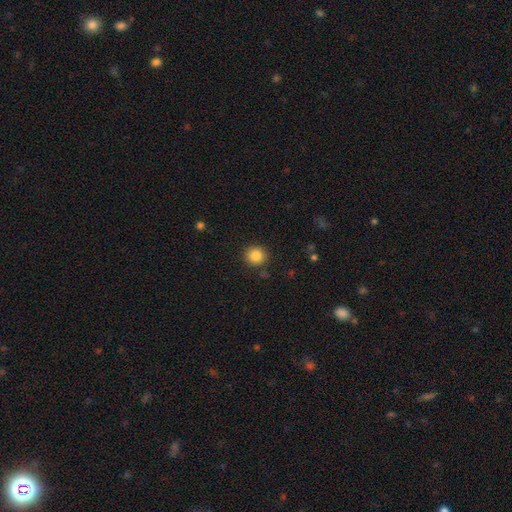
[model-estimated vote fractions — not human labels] Smooth or featured?
  - smooth: 85% *
  - star or artifact: 10%
  - featured or disk: 4%
How rounded?
  - round: 89% *
  - in between: 10%
  - cigar-shaped: 1%
Merging?
  - none: 89% *
  - minor disturbance: 7%
  - major disturbance: 2%
  - merger: 2%